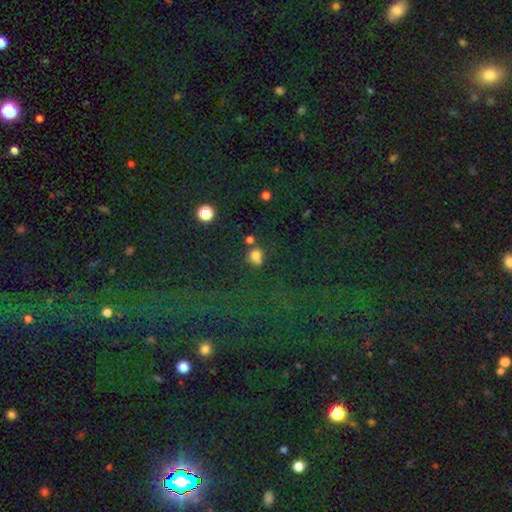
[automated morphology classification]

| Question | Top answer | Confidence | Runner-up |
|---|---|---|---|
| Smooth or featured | smooth | 73% | star or artifact (19%) |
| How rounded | round | 73% | in between (26%) |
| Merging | none | 59% | merger (20%) |